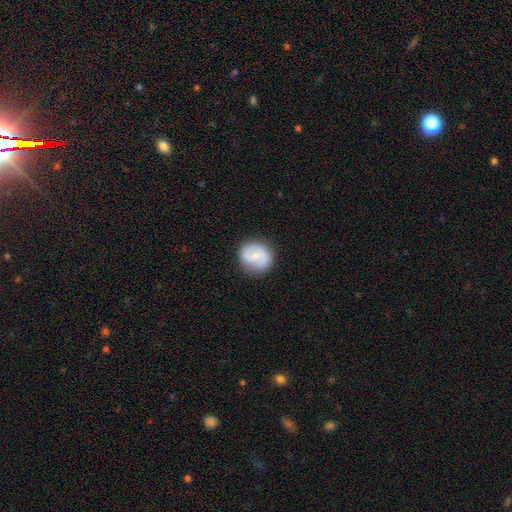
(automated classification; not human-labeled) Smooth or featured? Predicted: featured or disk (p=0.48). Merging? Predicted: none (p=0.83).